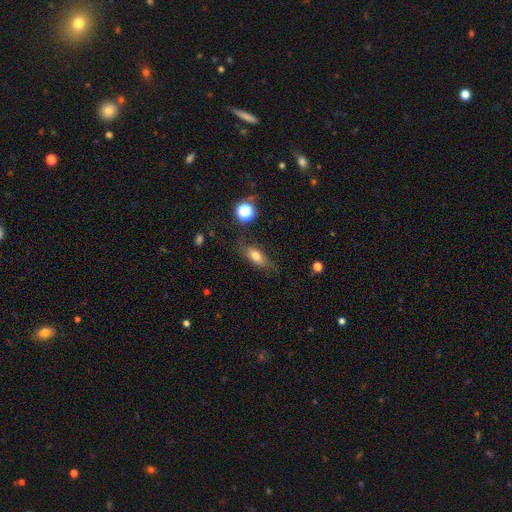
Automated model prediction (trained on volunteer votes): Smooth or featured?
  - smooth: 65% *
  - featured or disk: 24%
  - star or artifact: 11%
How rounded?
  - in between: 66% *
  - cigar-shaped: 27%
  - round: 7%
Merging?
  - none: 69% *
  - minor disturbance: 21%
  - major disturbance: 8%
  - merger: 3%